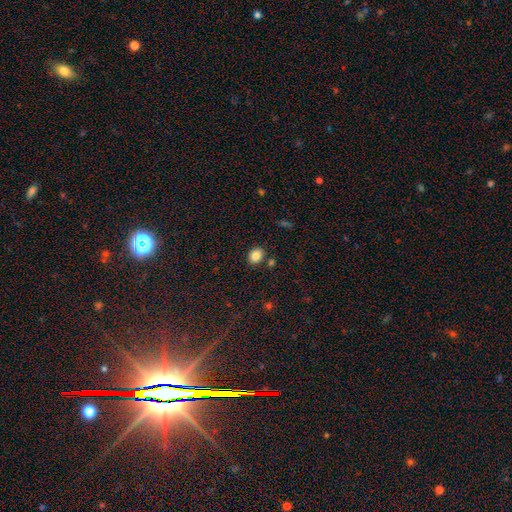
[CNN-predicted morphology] Smooth or featured?
  - smooth: 86% *
  - star or artifact: 10%
  - featured or disk: 5%
How rounded?
  - in between: 50% *
  - round: 49%
  - cigar-shaped: 1%
Merging?
  - none: 84% *
  - minor disturbance: 9%
  - merger: 5%
  - major disturbance: 3%